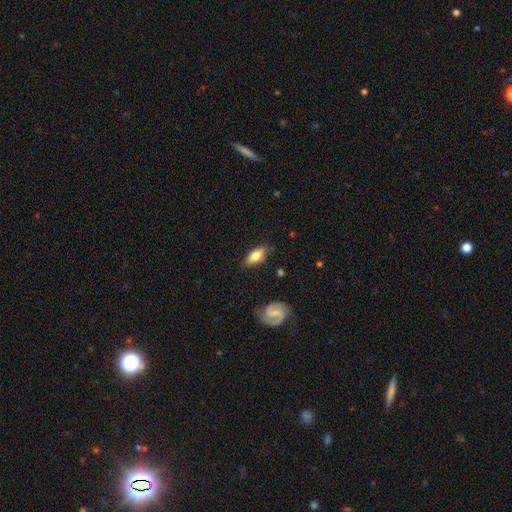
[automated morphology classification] Smooth or featured? Predicted: smooth (p=0.64). How rounded? Predicted: in between (p=0.78). Merging? Predicted: none (p=0.80).